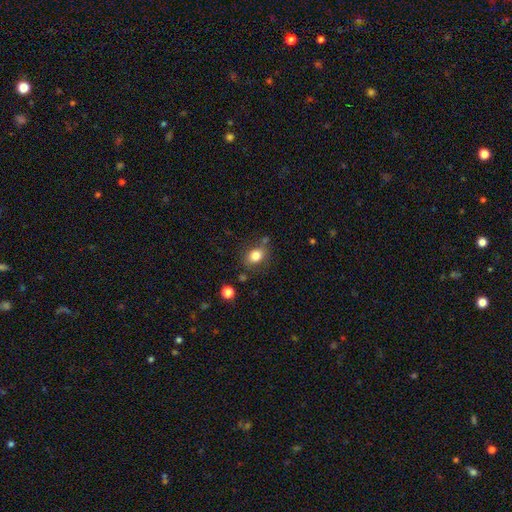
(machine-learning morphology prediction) Smooth or featured? smooth (82%)
How rounded? in between (55%)
Merging? none (72%)